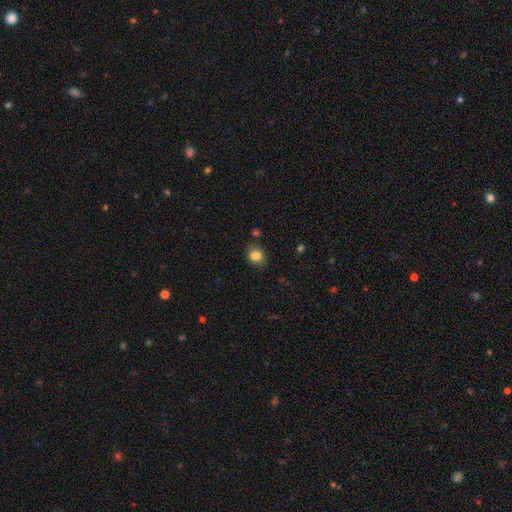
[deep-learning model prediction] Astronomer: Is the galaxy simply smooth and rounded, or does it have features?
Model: smooth — 83%.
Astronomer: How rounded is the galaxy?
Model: round — 54% (runner-up: in between, 45%).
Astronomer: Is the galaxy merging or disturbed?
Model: none — 77%.